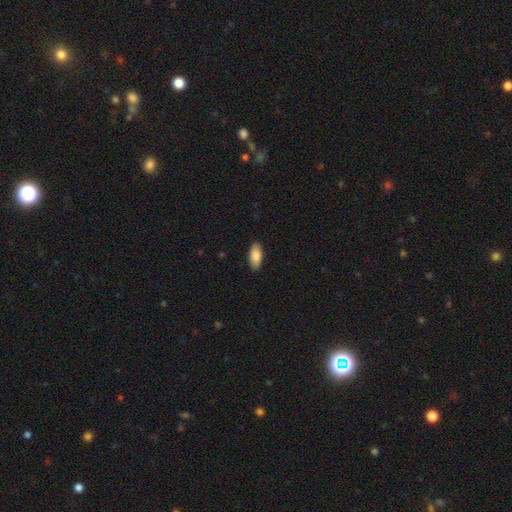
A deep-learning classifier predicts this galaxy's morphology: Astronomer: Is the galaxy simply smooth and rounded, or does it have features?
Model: smooth — 87%.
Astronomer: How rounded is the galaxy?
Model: in between — 87%.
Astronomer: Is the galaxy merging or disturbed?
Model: none — 89%.